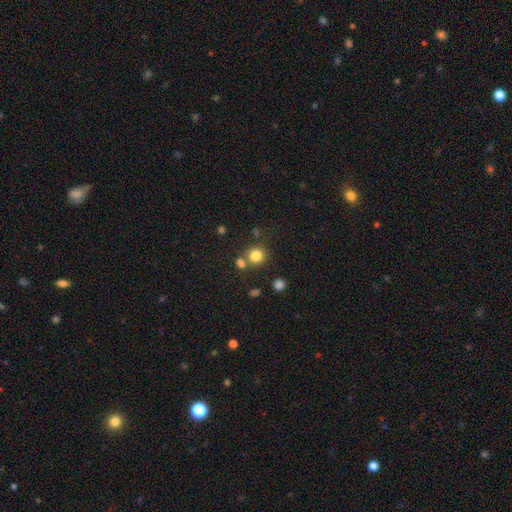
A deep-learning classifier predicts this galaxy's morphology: Smooth or featured?
  - smooth: 81% *
  - star or artifact: 13%
  - featured or disk: 6%
How rounded?
  - round: 87% *
  - in between: 12%
  - cigar-shaped: 1%
Merging?
  - none: 68% *
  - merger: 21%
  - minor disturbance: 8%
  - major disturbance: 3%